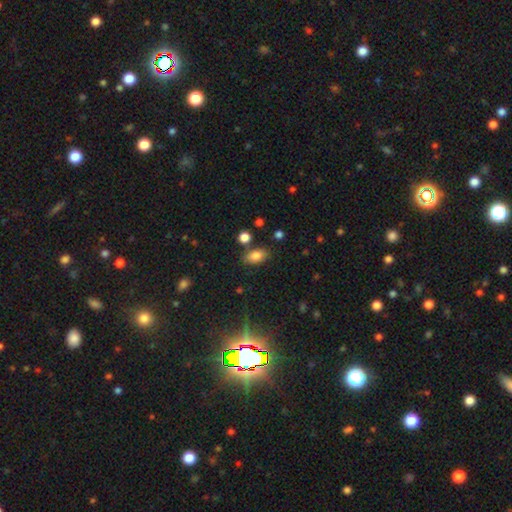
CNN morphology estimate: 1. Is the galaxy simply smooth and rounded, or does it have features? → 82% smooth, 10% star or artifact, 8% featured or disk.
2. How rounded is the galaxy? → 88% in between, 8% round, 4% cigar-shaped.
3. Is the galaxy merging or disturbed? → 76% none, 13% minor disturbance, 7% merger, 4% major disturbance.